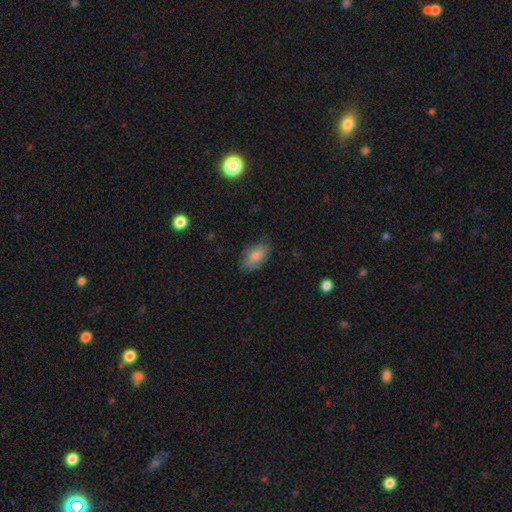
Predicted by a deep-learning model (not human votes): smooth_or_featured: smooth (p=0.79) [alt: featured or disk p=0.14]
how_rounded: in between (p=0.91) [alt: cigar-shaped p=0.05]
merging: none (p=0.74) [alt: minor disturbance p=0.20]